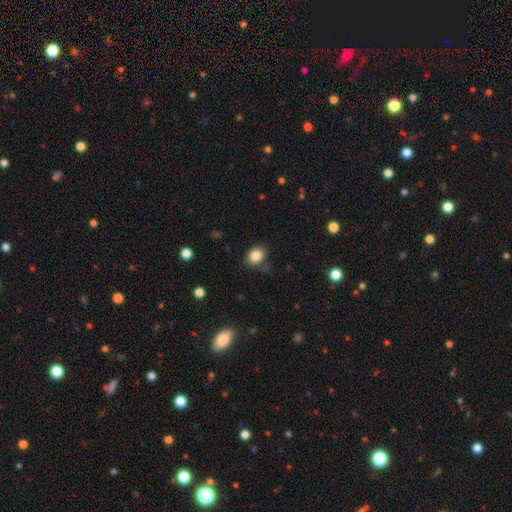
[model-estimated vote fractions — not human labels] smooth_or_featured: smooth (p=0.84) [alt: star or artifact p=0.10]
how_rounded: in between (p=0.52) [alt: round p=0.47]
merging: none (p=0.73) [alt: minor disturbance p=0.19]